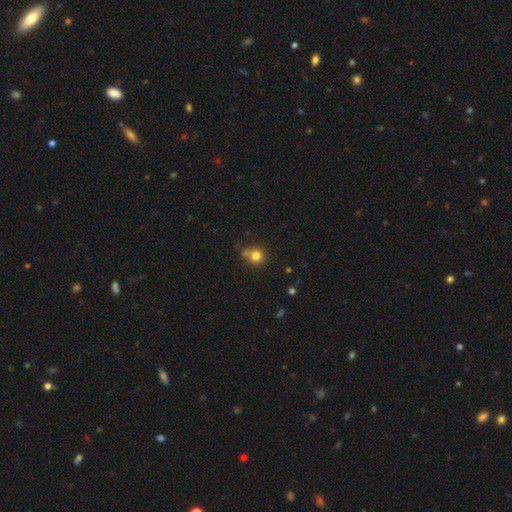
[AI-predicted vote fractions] A smooth galaxy with no disk features (80%) that is round (88%). Merging: none (59%).